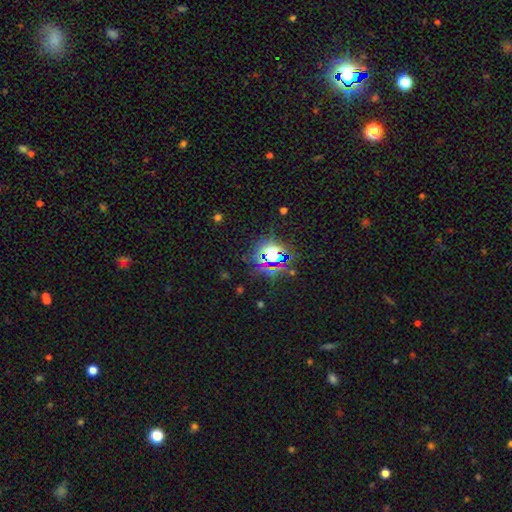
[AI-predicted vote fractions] A star or artifact, not a galaxy (79%).

Vote fractions:
- Smooth or featured? star or artifact: 79% / smooth: 14% / featured or disk: 7%